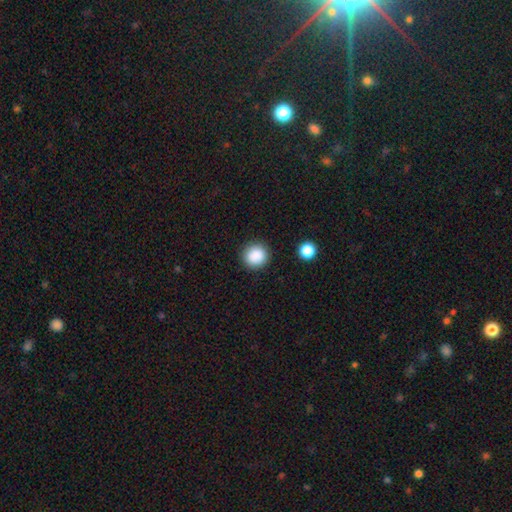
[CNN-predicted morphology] Overall: smooth (88%). How rounded: round (93%). Merging: none (90%).